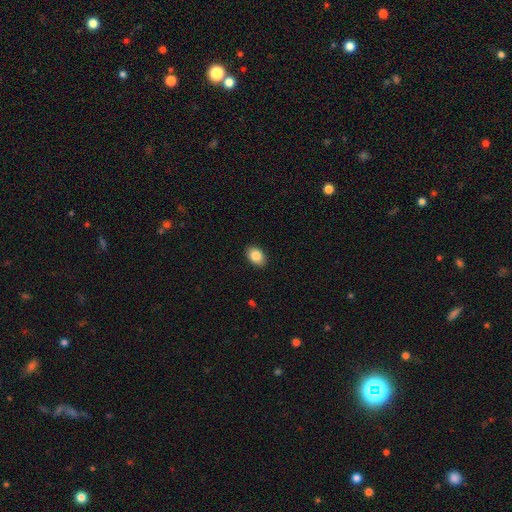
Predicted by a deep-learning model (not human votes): Smooth or featured? Predicted: smooth (p=0.86). How rounded? Predicted: in between (p=0.83). Merging? Predicted: none (p=0.90).